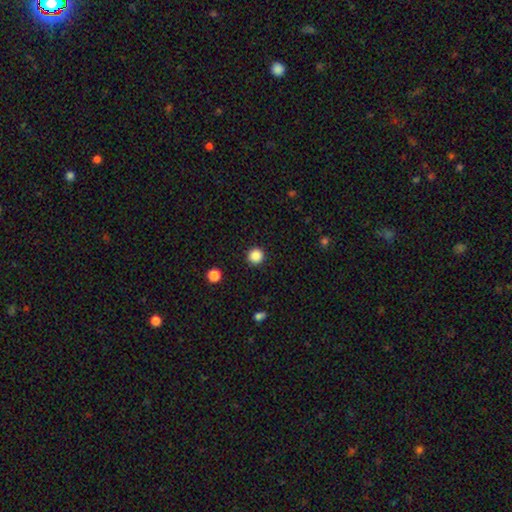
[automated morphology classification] Smooth or featured?
  - smooth: 87% *
  - star or artifact: 10%
  - featured or disk: 2%
How rounded?
  - round: 95% *
  - in between: 4%
  - cigar-shaped: 1%
Merging?
  - none: 93% *
  - minor disturbance: 5%
  - major disturbance: 2%
  - merger: 1%